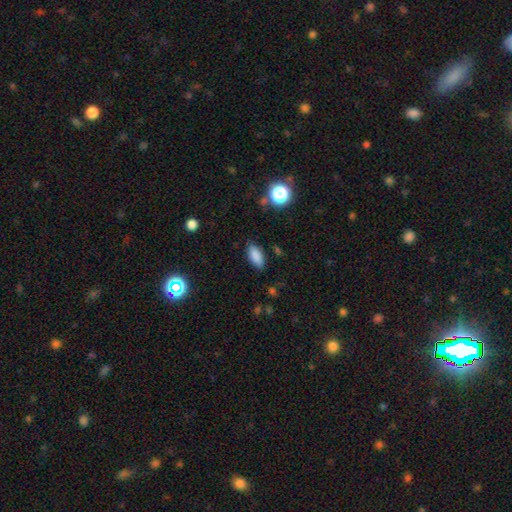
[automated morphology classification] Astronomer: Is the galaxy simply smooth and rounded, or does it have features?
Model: smooth — 85%.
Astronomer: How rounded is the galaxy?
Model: in between — 87%.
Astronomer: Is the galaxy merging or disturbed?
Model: none — 83%.